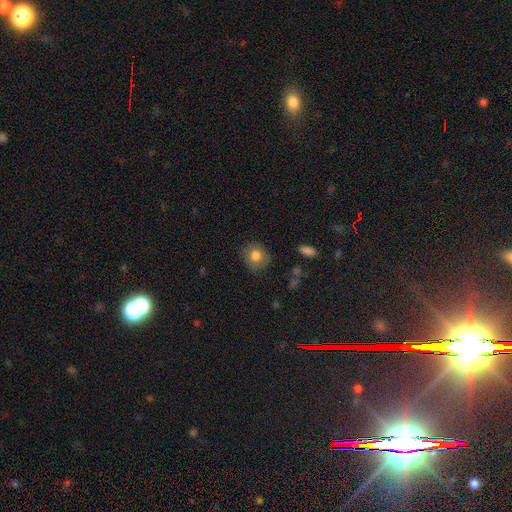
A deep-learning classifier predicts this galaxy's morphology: Smooth or featured: smooth — 80% (featured or disk — 11%)
How rounded: round — 85% (in between — 14%)
Merging: none — 80% (minor disturbance — 14%)